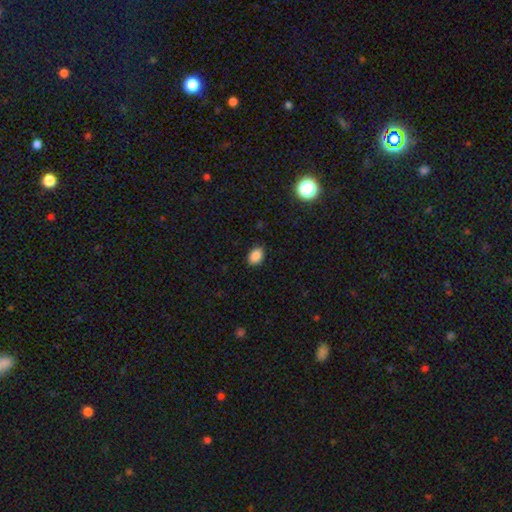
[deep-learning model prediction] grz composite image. It shows a smooth galaxy with no disk features (86%) that is in between round and cigar-shaped (73%). Merging: none (87%).